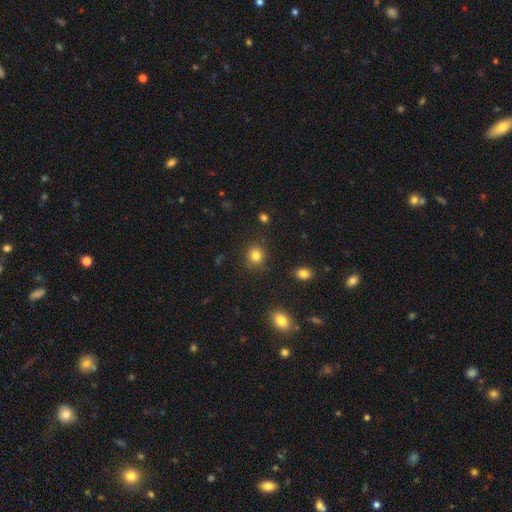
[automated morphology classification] A smooth galaxy with no disk features (83%) that is round (83%).

Vote fractions:
- Smooth or featured? smooth: 83% / star or artifact: 11% / featured or disk: 6%
- How rounded? round: 83% / in between: 16% / cigar-shaped: 1%
- Merging? none: 85% / minor disturbance: 10% / major disturbance: 3% / merger: 2%